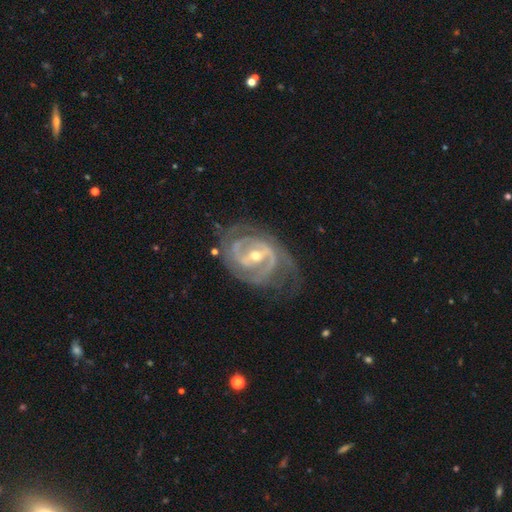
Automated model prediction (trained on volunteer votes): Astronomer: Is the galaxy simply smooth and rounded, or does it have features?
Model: featured or disk — 91%.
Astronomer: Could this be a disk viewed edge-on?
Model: no — 97%.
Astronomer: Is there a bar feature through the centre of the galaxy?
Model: strong — 47% (runner-up: weak, 37%).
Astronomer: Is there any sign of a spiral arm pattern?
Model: yes — 95%.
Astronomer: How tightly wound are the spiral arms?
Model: tight — 56% (runner-up: medium, 36%).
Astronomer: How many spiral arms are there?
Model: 2 — 51%.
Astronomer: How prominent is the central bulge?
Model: moderate — 49% (runner-up: small, 48%).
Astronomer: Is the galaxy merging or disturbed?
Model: none — 64%.